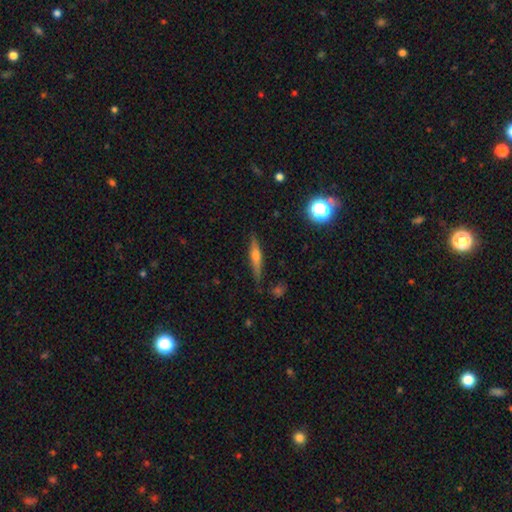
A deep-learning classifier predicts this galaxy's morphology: Smooth or featured? featured or disk (56%)
Edge-on disk? yes (95%)
Edge-on bulge? rounded (85%)
Merging? none (82%)